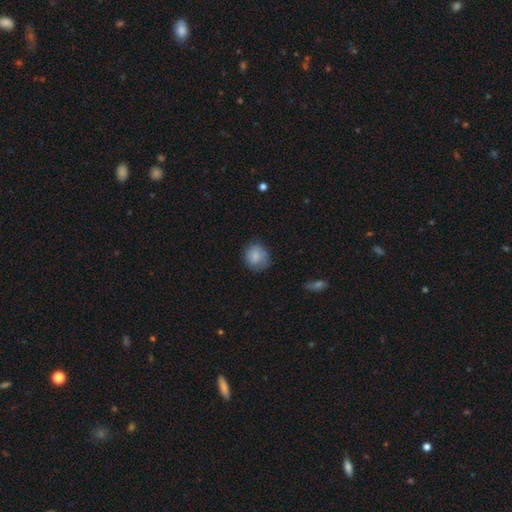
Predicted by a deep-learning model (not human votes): smooth-or-featured: smooth: 82% | featured or disk: 10% | star or artifact: 8%
  how-rounded: round: 76% | in between: 23% | cigar-shaped: 1%
  merging: none: 72% | minor disturbance: 21% | major disturbance: 5% | merger: 1%